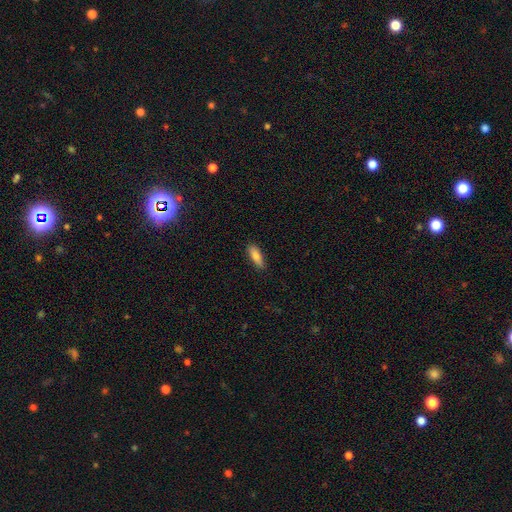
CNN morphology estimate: smooth-or-featured: smooth: 80% | featured or disk: 13% | star or artifact: 7%
  how-rounded: in between: 57% | cigar-shaped: 41% | round: 2%
  merging: none: 85% | minor disturbance: 11% | major disturbance: 2% | merger: 1%